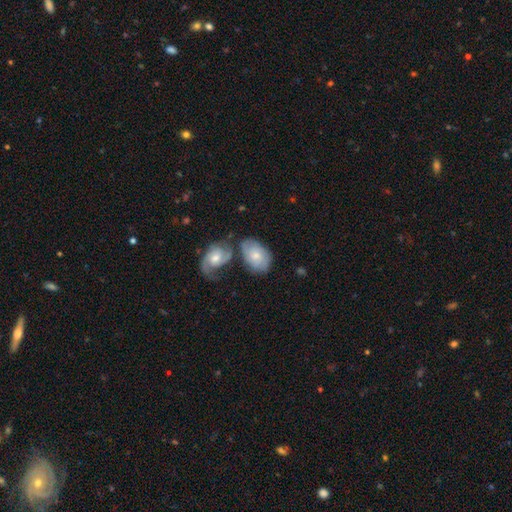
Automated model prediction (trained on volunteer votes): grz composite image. It shows a smooth galaxy with no disk features (54%) that is in between round and cigar-shaped (86%). Merging: none (42%).